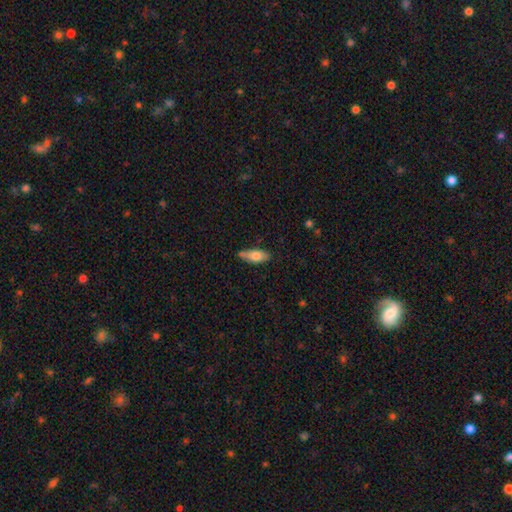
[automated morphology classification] A smooth galaxy with no disk features (75%) that is in between round and cigar-shaped (74%).

Vote fractions:
- Smooth or featured? smooth: 75% / featured or disk: 19% / star or artifact: 6%
- How rounded? in between: 74% / cigar-shaped: 24% / round: 2%
- Merging? none: 64% / minor disturbance: 26% / merger: 6% / major disturbance: 5%